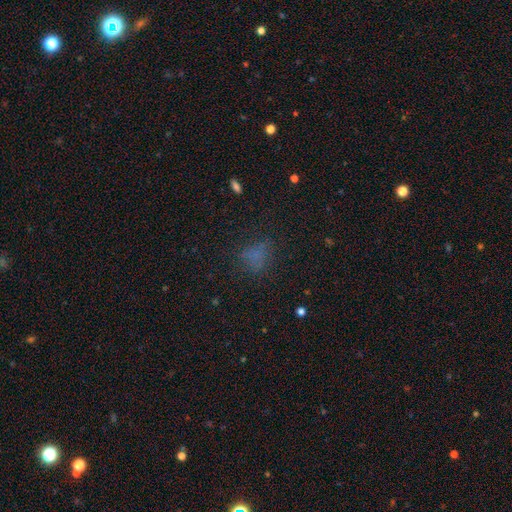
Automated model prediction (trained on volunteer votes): smooth 62%, star or artifact 26%, featured or disk 13%. Down the decision tree: how rounded — in between (53%); merging — none (64%).